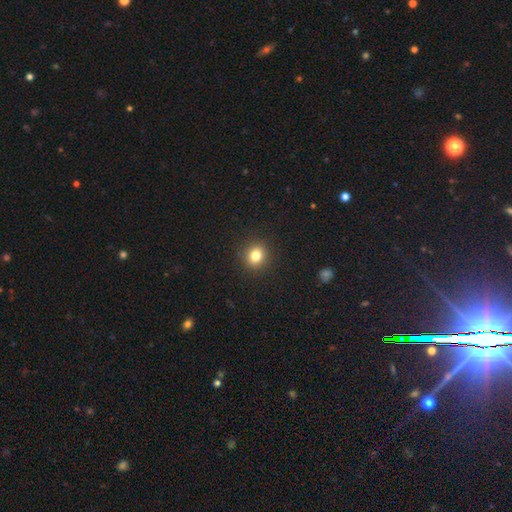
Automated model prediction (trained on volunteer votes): A smooth galaxy with no disk features (82%) that is round (79%). Merging: none (91%).